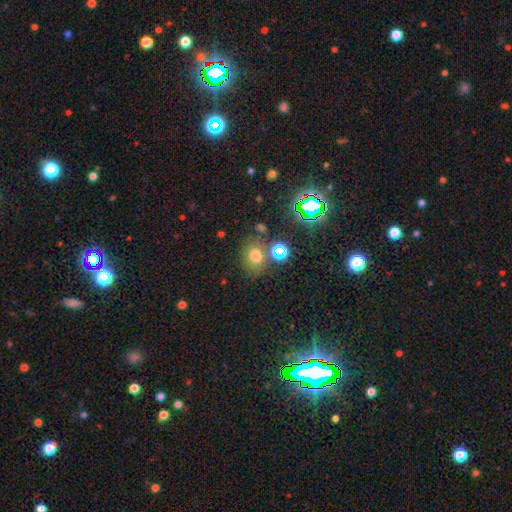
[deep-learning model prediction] A smooth galaxy with no disk features (64%) that is round (52%).

Vote fractions:
- Smooth or featured? smooth: 64% / star or artifact: 24% / featured or disk: 11%
- How rounded? round: 52% / in between: 47% / cigar-shaped: 1%
- Merging? none: 68% / minor disturbance: 14% / merger: 13% / major disturbance: 6%